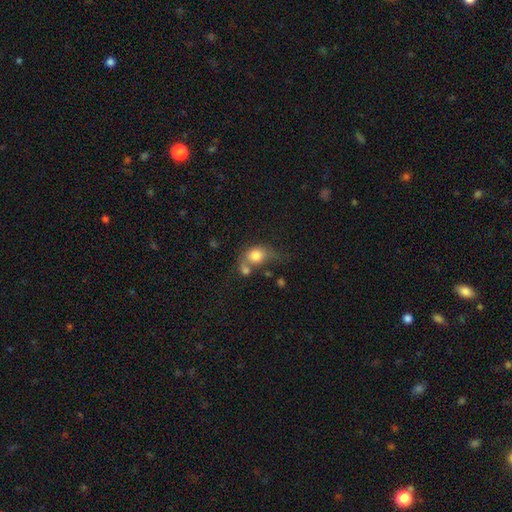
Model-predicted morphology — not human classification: Smooth or featured? Predicted: smooth (p=0.77). How rounded? Predicted: round (p=0.51). Merging? Predicted: merger (p=0.40).